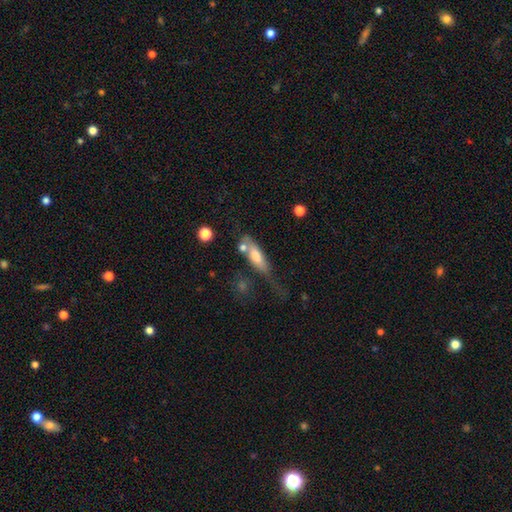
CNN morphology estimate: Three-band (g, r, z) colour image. It shows a smooth galaxy with no disk features (60%) that is in between round and cigar-shaped (50%). Merging: none (33%).